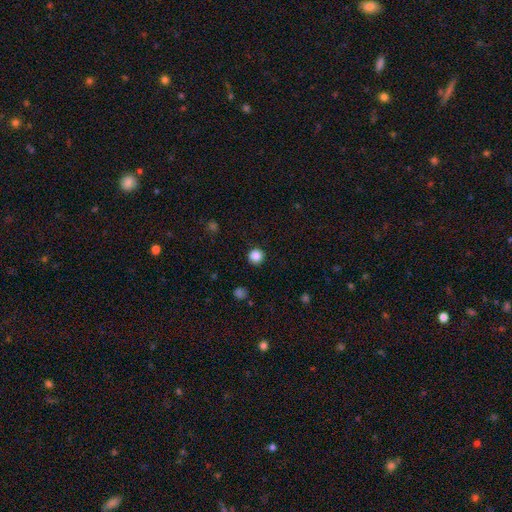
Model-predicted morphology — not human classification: The model was most divided on "smooth or featured": smooth: 86%, star or artifact: 11%, featured or disk: 3%. More confident: how rounded — round (95%); merging — none (91%).